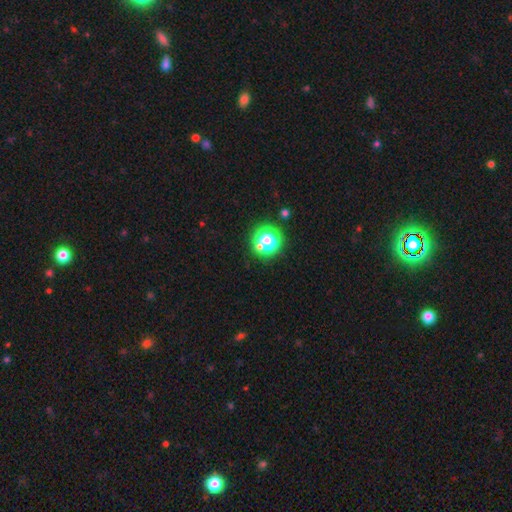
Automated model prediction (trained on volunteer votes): The model was most divided on "smooth or featured": star or artifact: 70%, smooth: 23%, featured or disk: 7%.